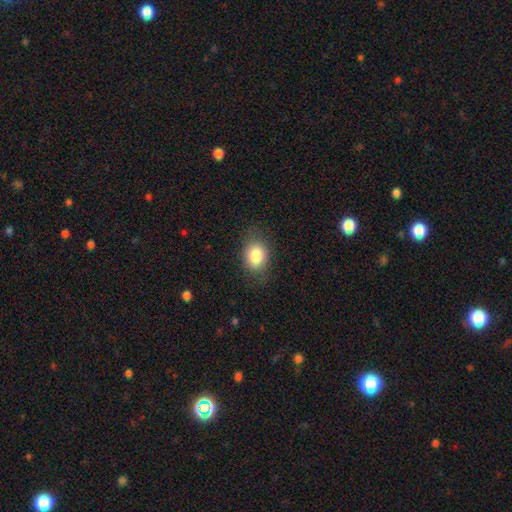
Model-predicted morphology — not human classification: Smooth or featured?
  - smooth: 83% *
  - star or artifact: 9%
  - featured or disk: 8%
How rounded?
  - in between: 62% *
  - round: 37%
  - cigar-shaped: 1%
Merging?
  - none: 79% *
  - minor disturbance: 15%
  - major disturbance: 5%
  - merger: 1%